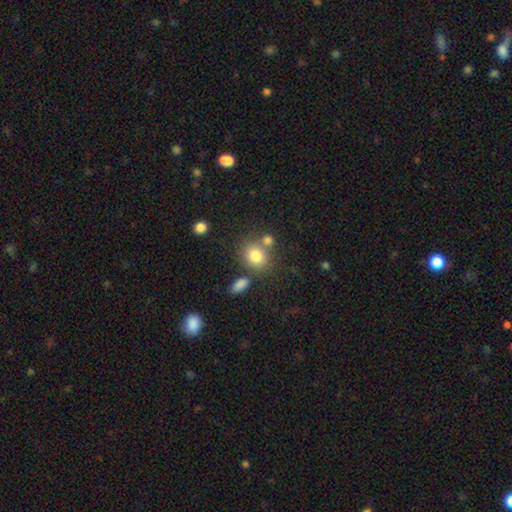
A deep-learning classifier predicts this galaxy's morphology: smooth_or_featured: smooth (p=0.80) [alt: star or artifact p=0.11]
how_rounded: round (p=0.60) [alt: in between p=0.39]
merging: none (p=0.62) [alt: merger p=0.20]